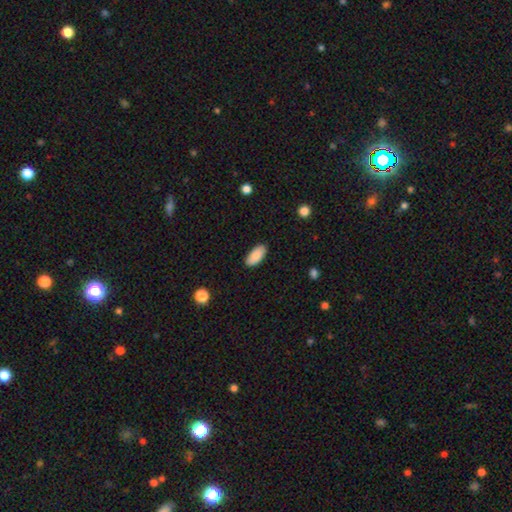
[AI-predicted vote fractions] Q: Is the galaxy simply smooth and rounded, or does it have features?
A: smooth — 88%.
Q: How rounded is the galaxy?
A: in between — 93%.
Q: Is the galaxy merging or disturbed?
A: none — 88%.